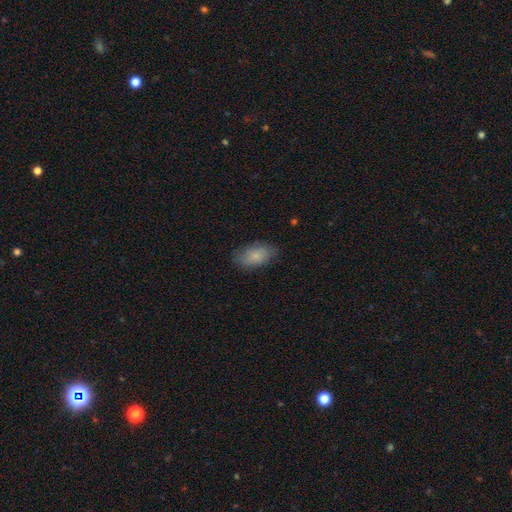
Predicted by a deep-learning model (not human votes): This appears to be a smooth galaxy with no disk features (81%) that is in between round and cigar-shaped (92%). Merging: none (80%).